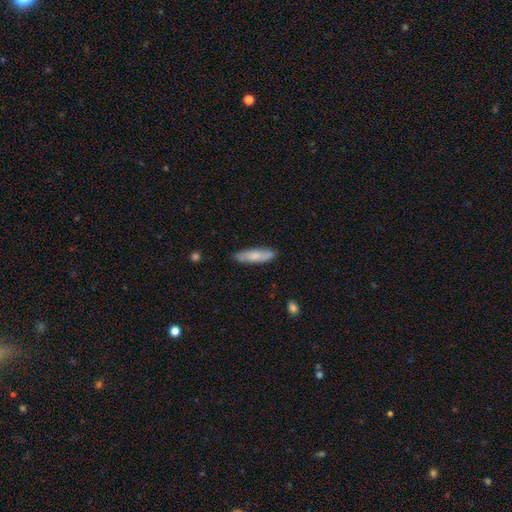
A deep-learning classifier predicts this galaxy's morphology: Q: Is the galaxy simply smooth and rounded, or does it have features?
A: smooth — 71%.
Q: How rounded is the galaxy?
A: cigar-shaped — 67%.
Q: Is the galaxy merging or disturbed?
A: none — 81%.